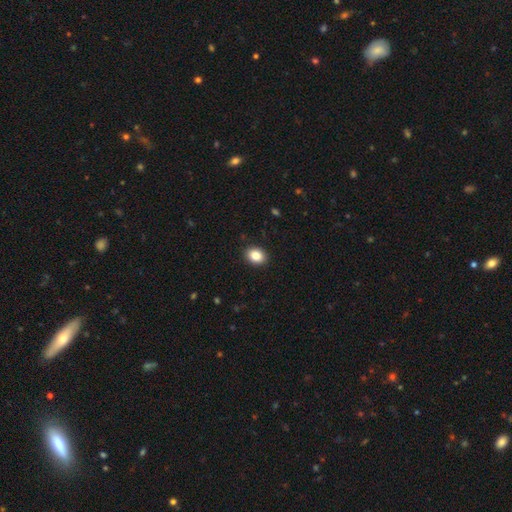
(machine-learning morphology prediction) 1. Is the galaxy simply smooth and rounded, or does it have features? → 85% smooth, 9% star or artifact, 6% featured or disk.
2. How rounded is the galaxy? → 59% in between, 40% round, 1% cigar-shaped.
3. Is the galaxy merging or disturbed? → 90% none, 7% minor disturbance, 2% major disturbance, 1% merger.